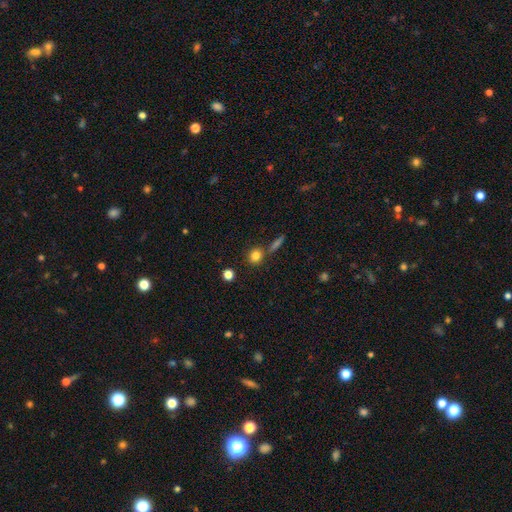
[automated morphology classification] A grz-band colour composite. It shows a smooth galaxy with no disk features (82%) that is round (83%). Merging: none (75%).